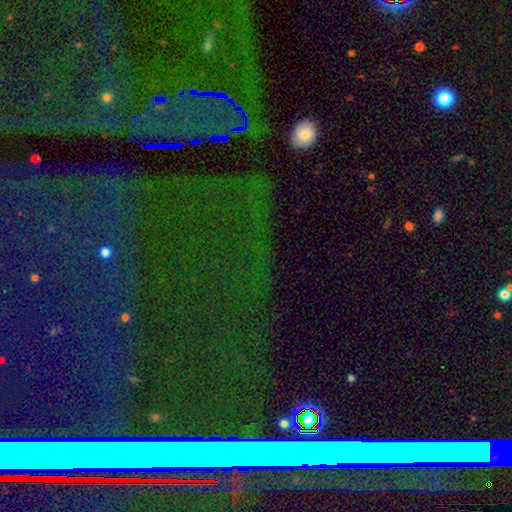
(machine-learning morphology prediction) star or artifact 81%, featured or disk 10%, smooth 9%.